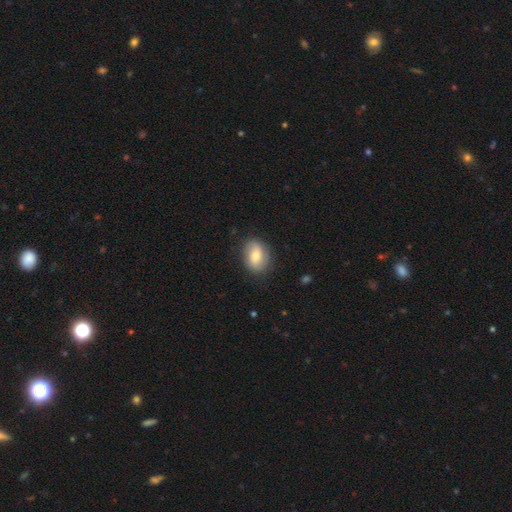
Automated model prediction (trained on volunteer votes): This is likely a smooth galaxy (66%). How rounded: likely in between (69%). Merging: clearly none (81%).